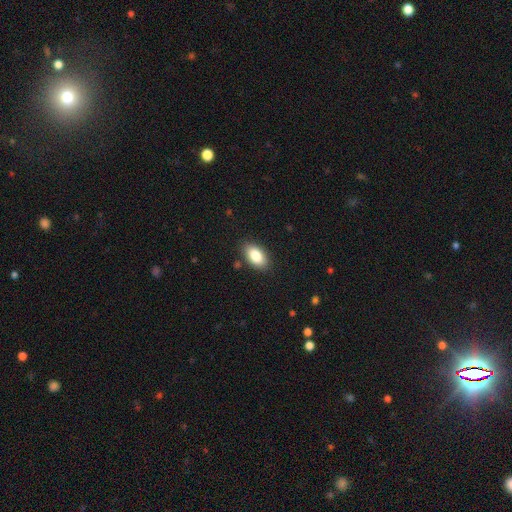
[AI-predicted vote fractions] Overall: smooth (85%). How rounded: in between (93%). Merging: none (87%).